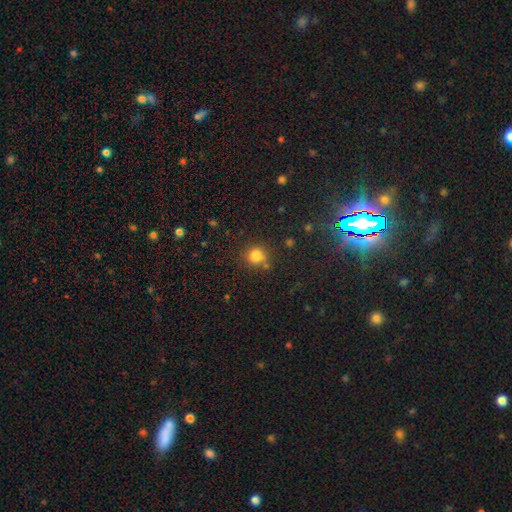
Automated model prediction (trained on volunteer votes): Overall: smooth (81%). How rounded: round (87%). Merging: none (70%).